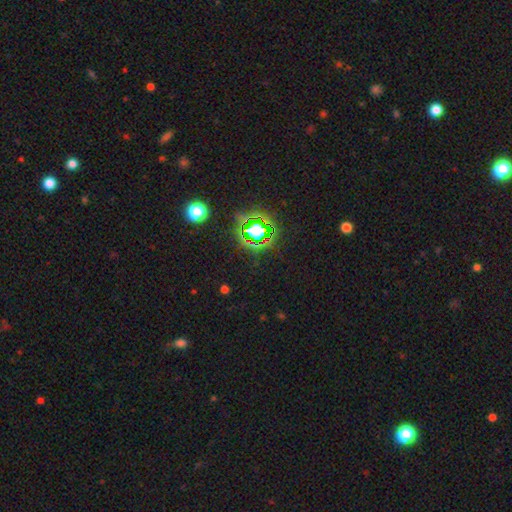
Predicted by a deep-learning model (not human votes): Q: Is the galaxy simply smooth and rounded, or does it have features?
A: star or artifact — 77%.